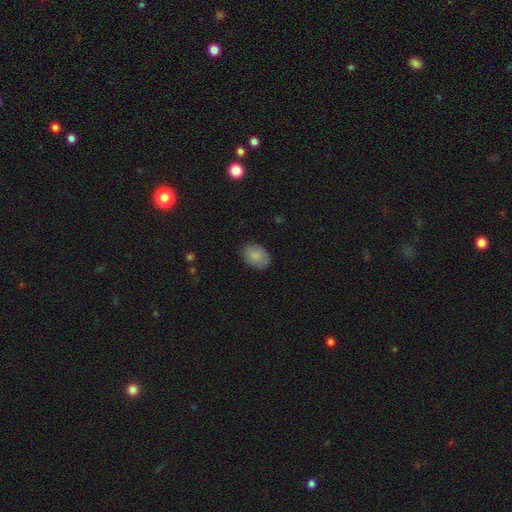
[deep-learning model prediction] A smooth galaxy with no disk features (86%) that is in between round and cigar-shaped (77%). Merging: none (82%).